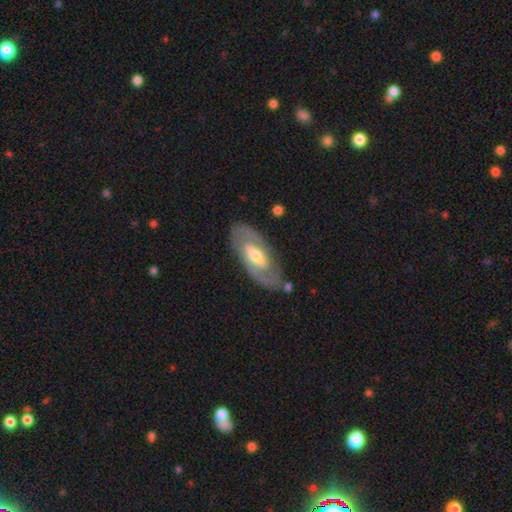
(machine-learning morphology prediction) This appears to be a featured or disk galaxy (76%) with a weak bar (41%), 2 (81%) medium (43%) spiral arms (78%) and a moderate central bulge (63%). Merging: none (81%).